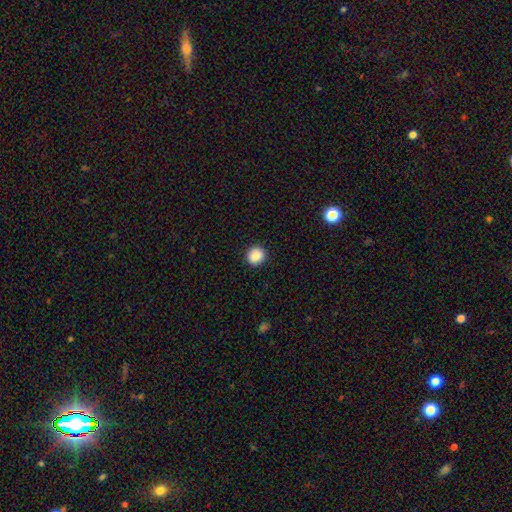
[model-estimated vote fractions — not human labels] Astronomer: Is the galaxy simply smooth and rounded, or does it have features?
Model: smooth — 88%.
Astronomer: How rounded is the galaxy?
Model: round — 88%.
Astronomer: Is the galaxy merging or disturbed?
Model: none — 92%.